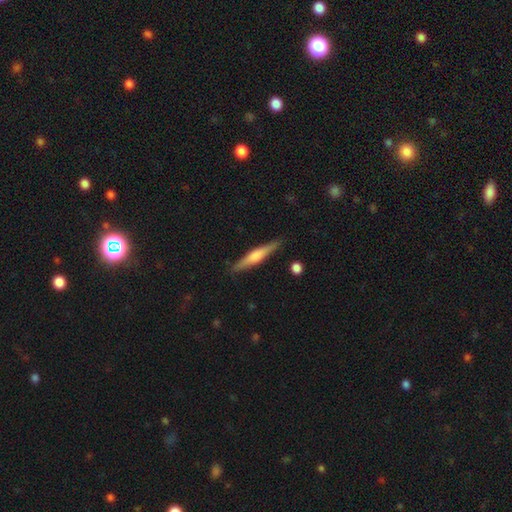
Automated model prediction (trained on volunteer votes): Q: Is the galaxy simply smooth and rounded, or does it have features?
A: featured or disk — 57%.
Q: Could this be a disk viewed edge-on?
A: yes — 97%.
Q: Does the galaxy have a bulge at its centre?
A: rounded — 69%.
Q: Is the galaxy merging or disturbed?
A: none — 88%.